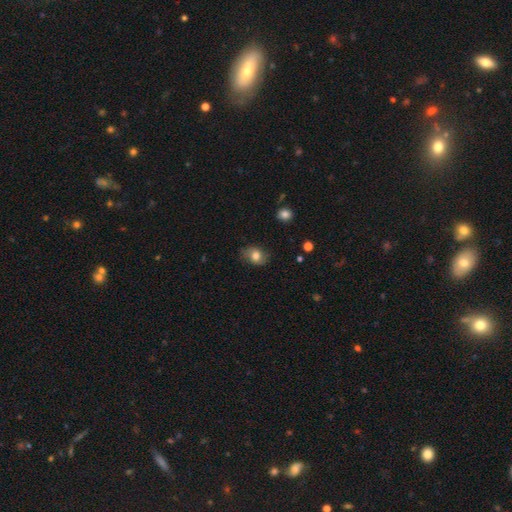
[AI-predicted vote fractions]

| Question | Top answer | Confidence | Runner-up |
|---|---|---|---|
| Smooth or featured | smooth | 72% | featured or disk (19%) |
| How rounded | in between | 64% | round (35%) |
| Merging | none | 73% | minor disturbance (20%) |